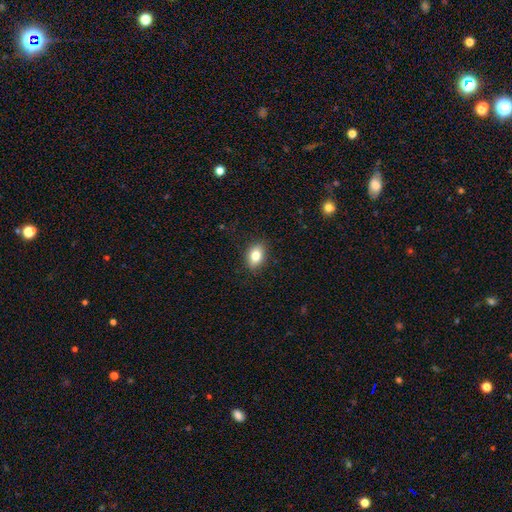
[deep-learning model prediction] Q: Smooth or featured?
A: smooth (81%); runner-up: featured or disk (10%)
Q: How rounded?
A: in between (79%); runner-up: round (19%)
Q: Merging?
A: none (88%); runner-up: minor disturbance (9%)